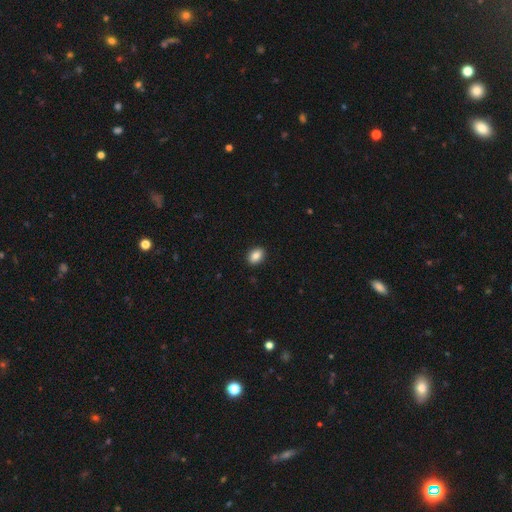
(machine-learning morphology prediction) Smooth or featured?
  - smooth: 87% *
  - star or artifact: 8%
  - featured or disk: 5%
How rounded?
  - in between: 78% *
  - round: 20%
  - cigar-shaped: 1%
Merging?
  - none: 91% *
  - minor disturbance: 7%
  - major disturbance: 2%
  - merger: 1%